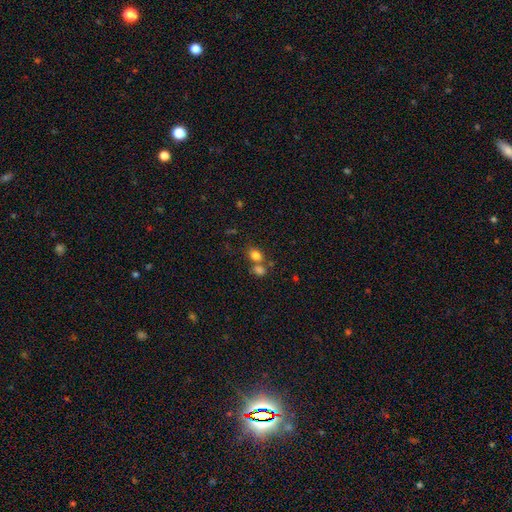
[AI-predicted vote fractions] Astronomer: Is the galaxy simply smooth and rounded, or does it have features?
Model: smooth — 80%.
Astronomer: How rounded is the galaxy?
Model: in between — 56% (runner-up: round, 43%).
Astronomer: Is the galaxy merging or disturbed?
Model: none — 50% (runner-up: merger, 36%).